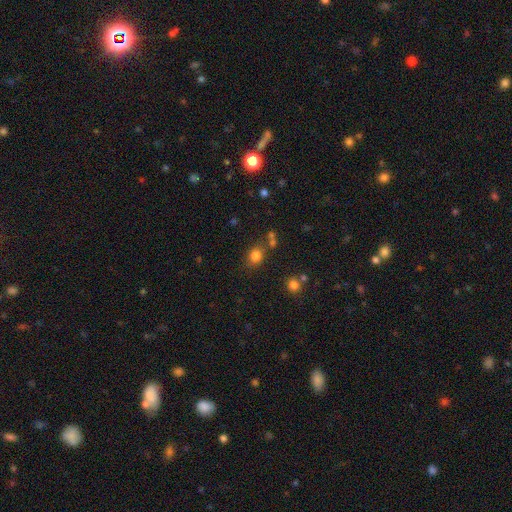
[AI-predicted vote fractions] A smooth galaxy with no disk features (79%) that is round (63%).

Vote fractions:
- Smooth or featured? smooth: 79% / star or artifact: 14% / featured or disk: 7%
- How rounded? round: 63% / in between: 36% / cigar-shaped: 1%
- Merging? none: 71% / minor disturbance: 13% / merger: 11% / major disturbance: 5%